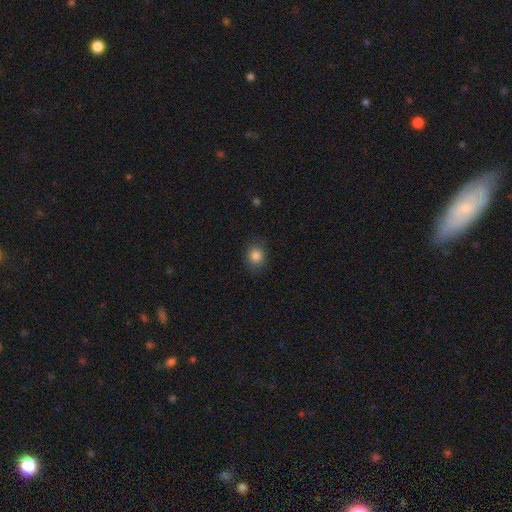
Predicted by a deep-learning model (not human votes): Smooth or featured? smooth (84%)
How rounded? round (68%)
Merging? none (85%)